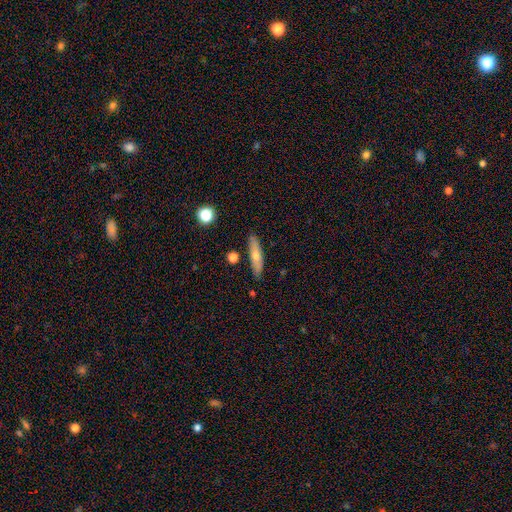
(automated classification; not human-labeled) Smooth or featured: smooth — 57% (featured or disk — 35%)
How rounded: cigar-shaped — 76% (in between — 21%)
Merging: none — 86% (minor disturbance — 10%)